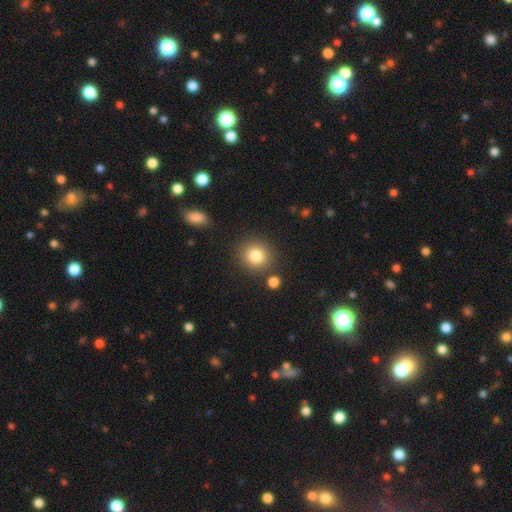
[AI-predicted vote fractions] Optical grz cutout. It shows a smooth galaxy with no disk features (84%) that is round (85%). Merging: none (83%).